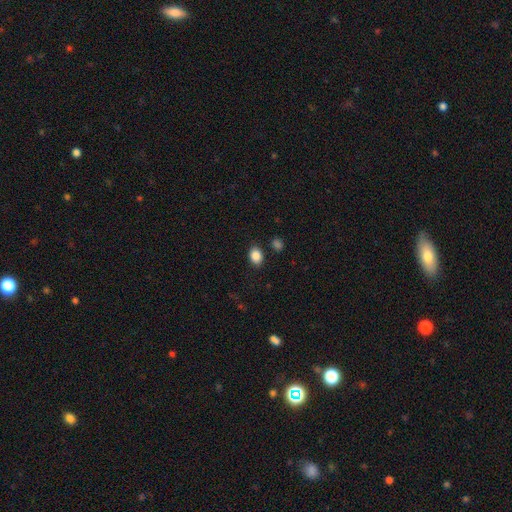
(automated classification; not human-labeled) smooth 87%, star or artifact 9%, featured or disk 4%. Down the decision tree: how rounded — in between (64%); merging — none (84%).